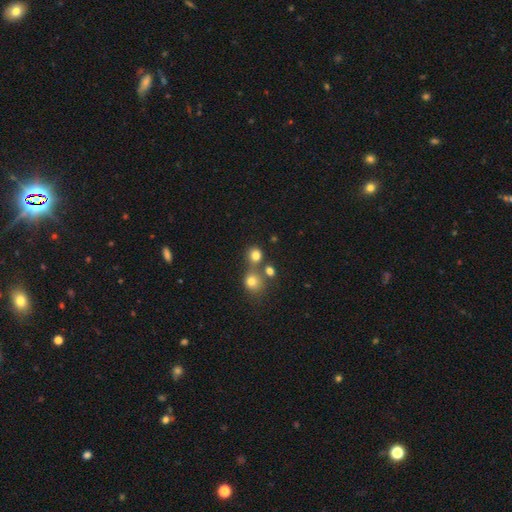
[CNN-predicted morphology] Smooth or featured? Predicted: smooth (p=0.78). How rounded? Predicted: round (p=0.85). Merging? Predicted: none (p=0.62).